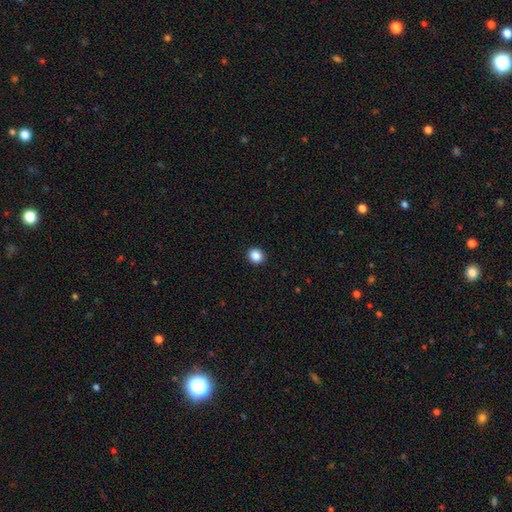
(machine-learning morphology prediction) Smooth or featured?
  - smooth: 87% *
  - star or artifact: 10%
  - featured or disk: 3%
How rounded?
  - round: 83% *
  - in between: 16%
  - cigar-shaped: 1%
Merging?
  - none: 93% *
  - minor disturbance: 5%
  - major disturbance: 2%
  - merger: 1%